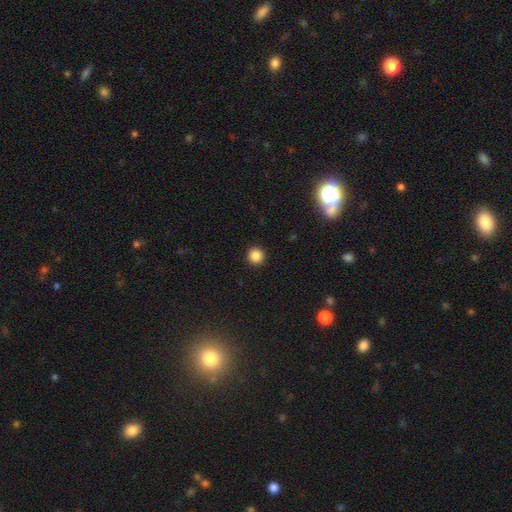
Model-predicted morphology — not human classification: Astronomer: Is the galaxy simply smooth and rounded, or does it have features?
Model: smooth — 86%.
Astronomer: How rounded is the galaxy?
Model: round — 95%.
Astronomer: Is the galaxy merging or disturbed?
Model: none — 93%.